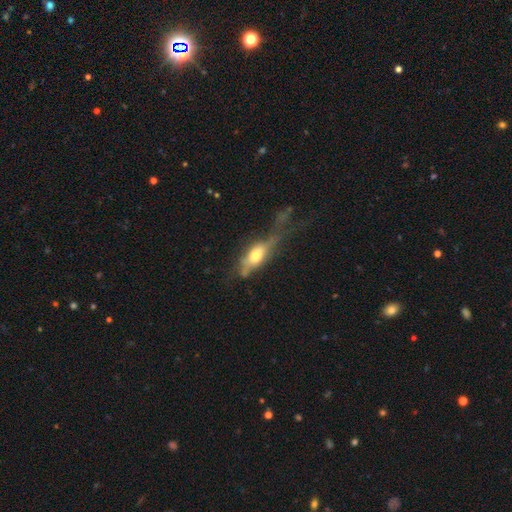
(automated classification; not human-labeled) Morphology: type=smooth (51%); roundness=in between (67%); merging=major disturbance (45%).